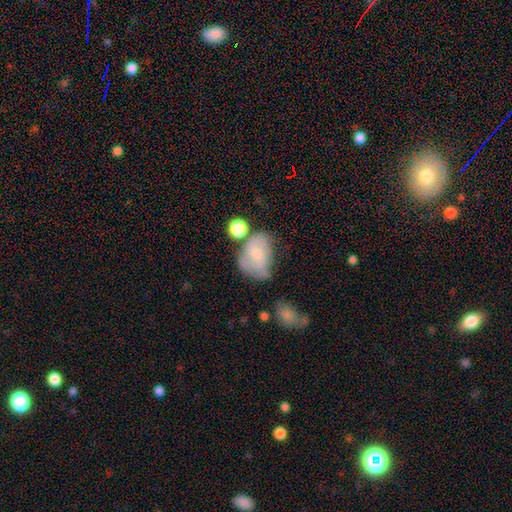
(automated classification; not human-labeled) This appears to be a smooth galaxy with no disk features (58%) that is in between round and cigar-shaped (72%). Merging: none (36%).